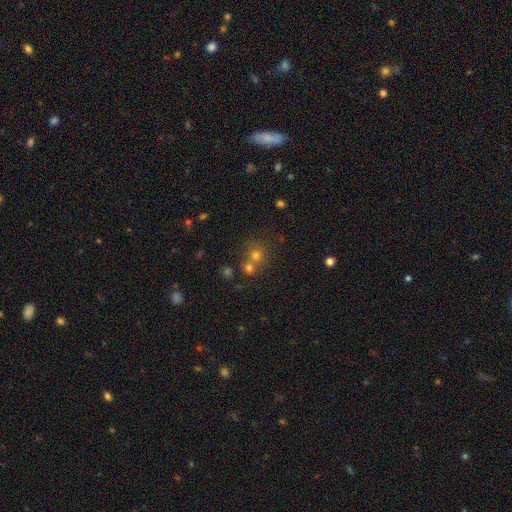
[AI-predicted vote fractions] smooth 61%, star or artifact 27%, featured or disk 12%. Down the decision tree: how rounded — round (85%); merging — none (54%).